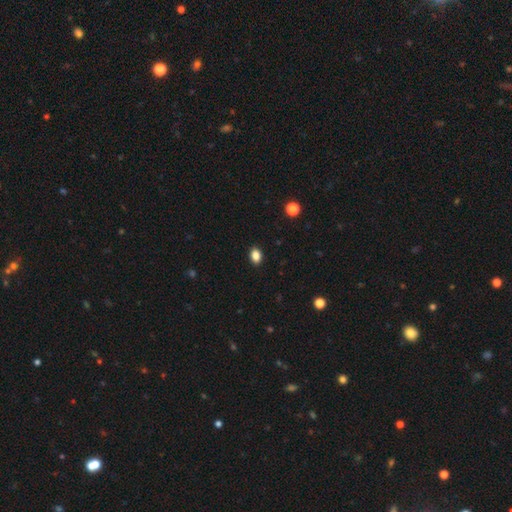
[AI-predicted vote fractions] smooth_or_featured: smooth (p=0.86) [alt: star or artifact p=0.10]
how_rounded: in between (p=0.79) [alt: round p=0.19]
merging: none (p=0.90) [alt: minor disturbance p=0.07]